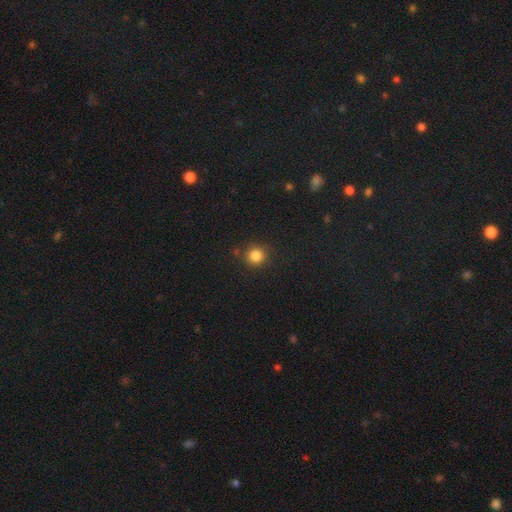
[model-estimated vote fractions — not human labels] smooth_or_featured: smooth (p=0.84) [alt: star or artifact p=0.12]
how_rounded: round (p=0.91) [alt: in between p=0.08]
merging: none (p=0.85) [alt: minor disturbance p=0.09]